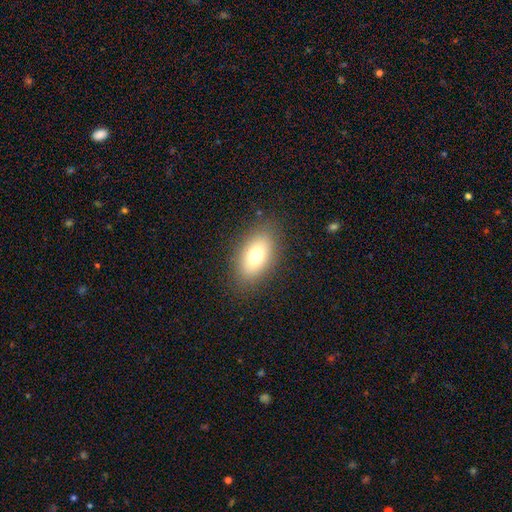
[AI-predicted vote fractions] Smooth or featured? Predicted: smooth (p=0.75). How rounded? Predicted: in between (p=0.89). Merging? Predicted: none (p=0.85).